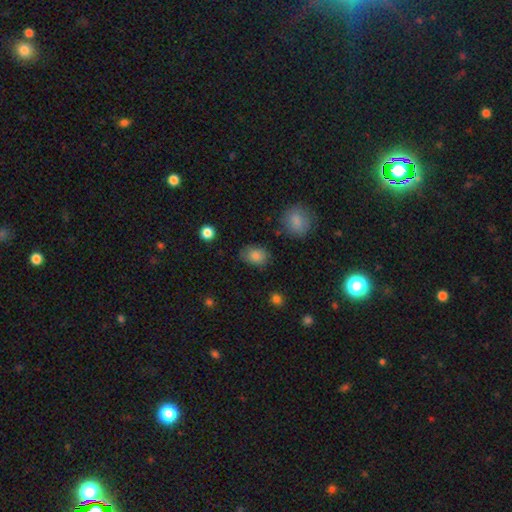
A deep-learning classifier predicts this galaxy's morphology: The model was most divided on "how rounded": in between: 70%, round: 29%, cigar-shaped: 1%. More confident: smooth or featured — smooth (84%); merging — none (76%).